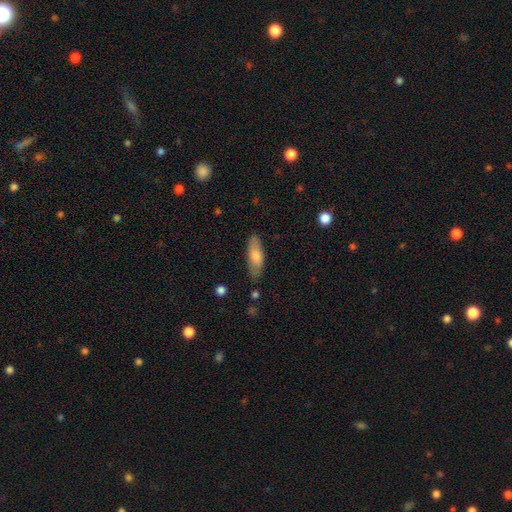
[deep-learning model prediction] A smooth galaxy with no disk features (73%) that is in between round and cigar-shaped (56%). Merging: none (80%).